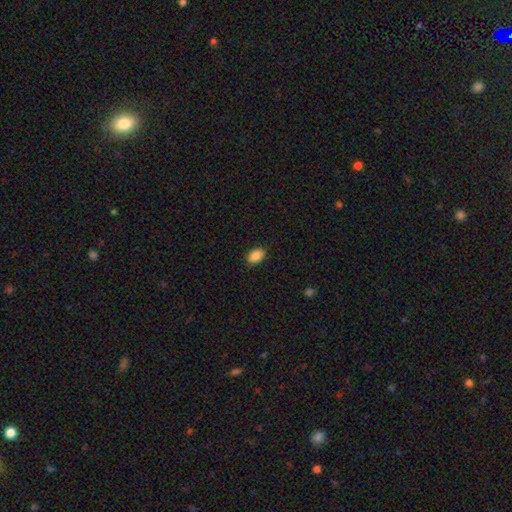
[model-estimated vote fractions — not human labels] The model was most divided on "how rounded": in between: 85%, round: 14%, cigar-shaped: 1%. More confident: merging — none (89%); smooth or featured — smooth (87%).